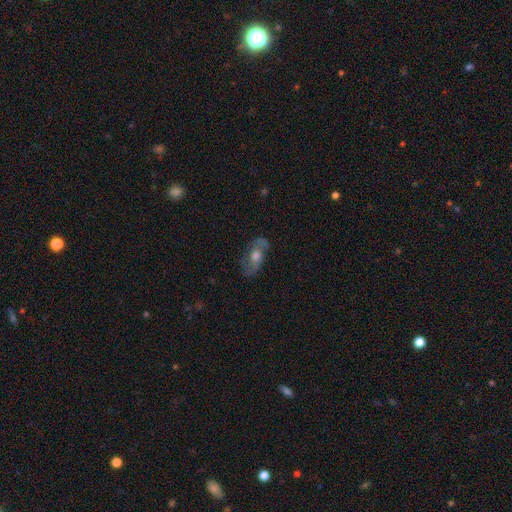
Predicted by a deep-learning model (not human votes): smooth-or-featured: featured or disk: 70% | smooth: 21% | star or artifact: 8%
  disk-edge-on: no: 90% | yes: 10%
    bar: no: 64% | weak: 28% | strong: 7%
    has-spiral-arms: yes: 81% | no: 19%
      spiral-winding: medium: 47% | loose: 30% | tight: 23%
      spiral-arm-count: 2: 84% | can't tell: 10% | 1: 2% | 3: 2% | 4: 1% | more than 4: 1%
    bulge-size: moderate: 60% | large: 25% | small: 11% | none: 2% | dominant: 2%
  merging: none: 77% | minor disturbance: 15% | major disturbance: 6% | merger: 1%